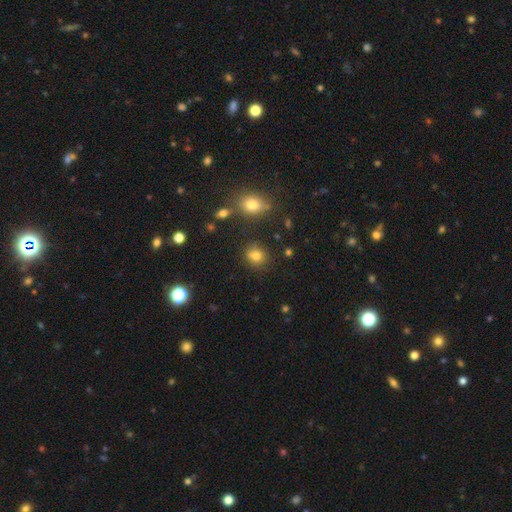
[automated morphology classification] This is likely a smooth galaxy (78%). How rounded: likely round (74%). Merging: likely none (75%).